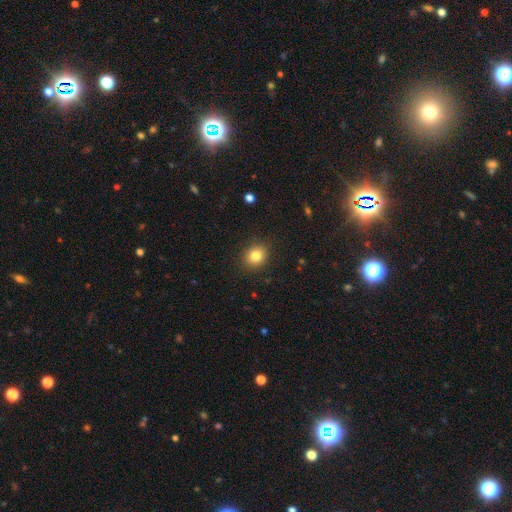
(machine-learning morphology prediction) type=smooth (83%); roundness=round (66%); merging=none (88%).